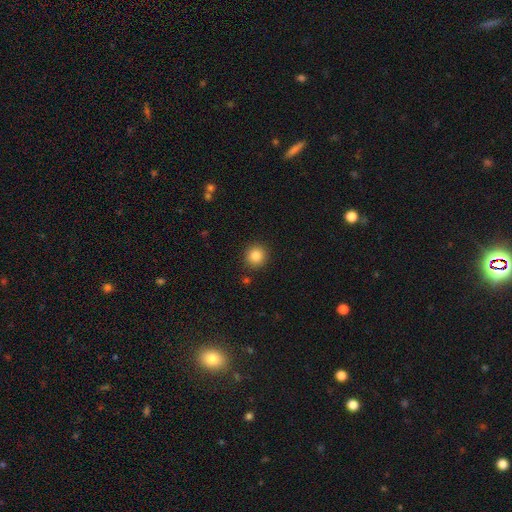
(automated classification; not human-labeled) Overall: smooth (84%). How rounded: round (93%). Merging: none (90%).